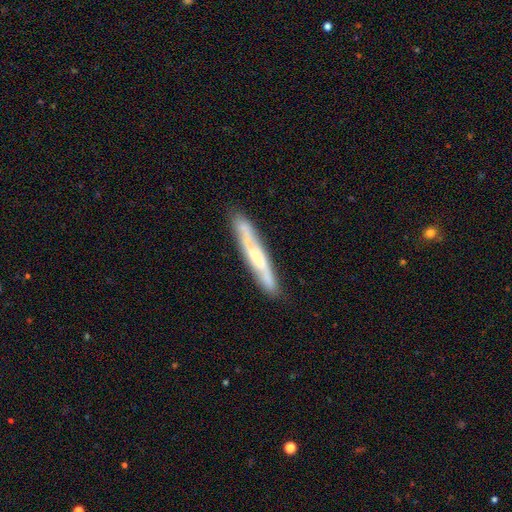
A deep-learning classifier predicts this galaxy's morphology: smooth_or_featured: featured or disk (p=0.59) [alt: smooth p=0.35]
disk_edge_on: yes (p=0.69) [alt: no p=0.31]
merging: none (p=0.82) [alt: minor disturbance p=0.13]